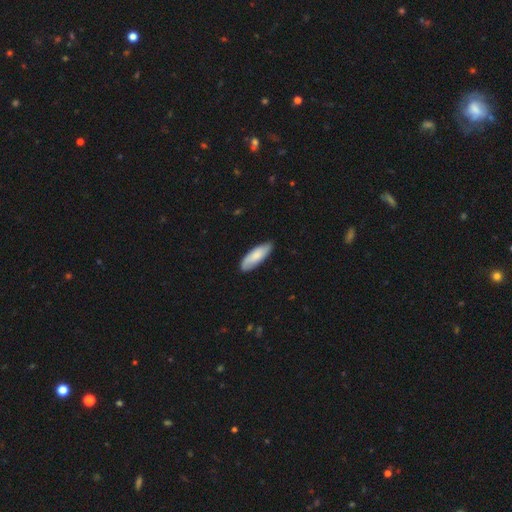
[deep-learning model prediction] The model was most divided on "how rounded": in between: 63%, cigar-shaped: 35%, round: 1%. More confident: merging — none (83%); smooth or featured — smooth (78%).